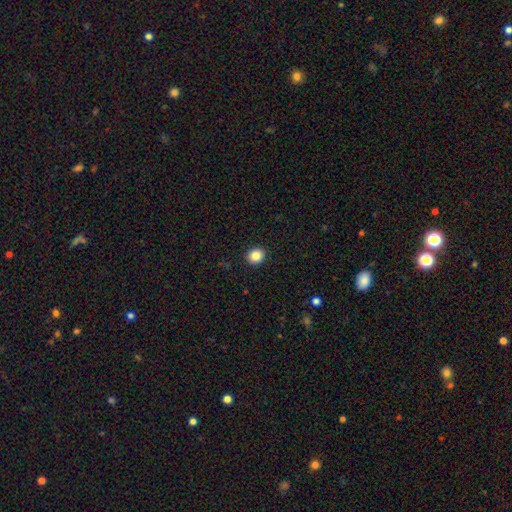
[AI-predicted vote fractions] Smooth or featured: smooth — 85% (star or artifact — 10%)
How rounded: round — 83% (in between — 16%)
Merging: none — 93% (minor disturbance — 5%)